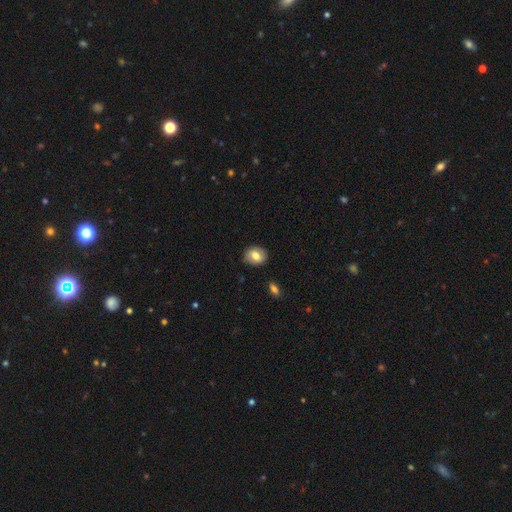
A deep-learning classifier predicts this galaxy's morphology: Overall: smooth (70%). How rounded: round (56%; in between 43%). Merging: none (84%).